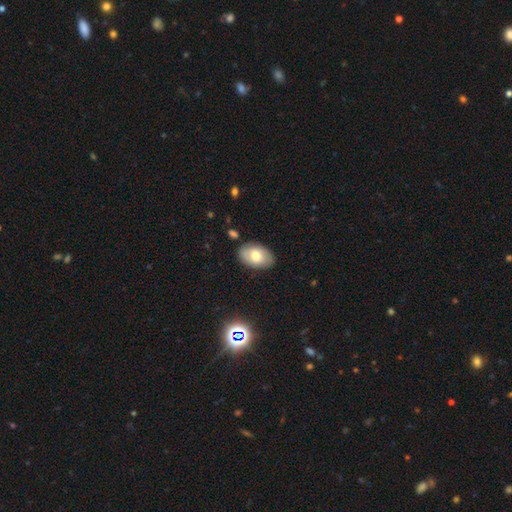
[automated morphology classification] smooth-or-featured: smooth: 65% | featured or disk: 28% | star or artifact: 8%
  how-rounded: in between: 90% | round: 8% | cigar-shaped: 1%
  merging: none: 83% | minor disturbance: 13% | major disturbance: 3% | merger: 2%